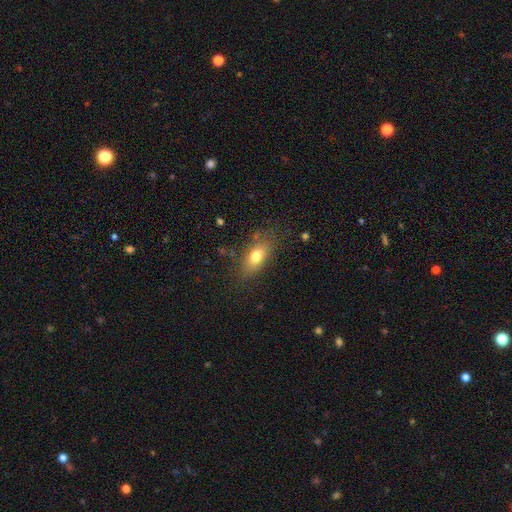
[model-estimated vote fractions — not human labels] A smooth galaxy with no disk features (75%) that is in between round and cigar-shaped (82%). Merging: none (76%).